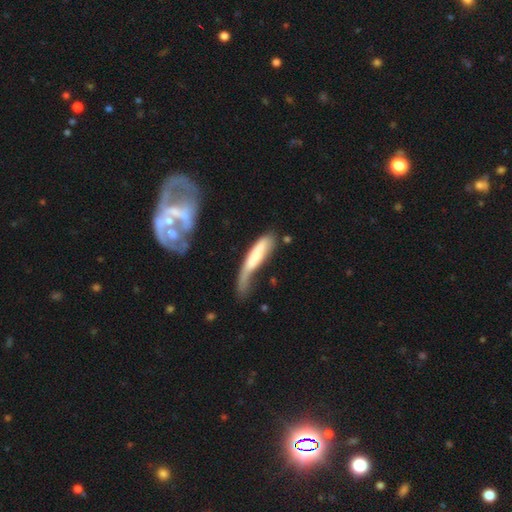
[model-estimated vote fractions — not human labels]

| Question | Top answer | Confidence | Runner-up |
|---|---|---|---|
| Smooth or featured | smooth | 64% | featured or disk (30%) |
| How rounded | cigar-shaped | 78% | in between (21%) |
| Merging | major disturbance | 38% | minor disturbance (27%) |